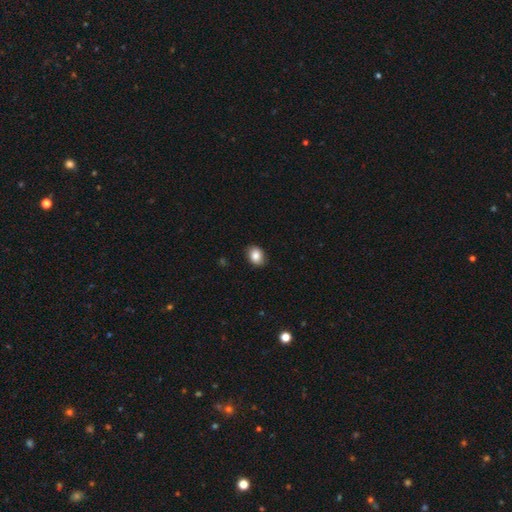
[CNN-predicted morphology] This is clearly a smooth galaxy (86%). How rounded: likely in between (62%). Merging: clearly none (86%).